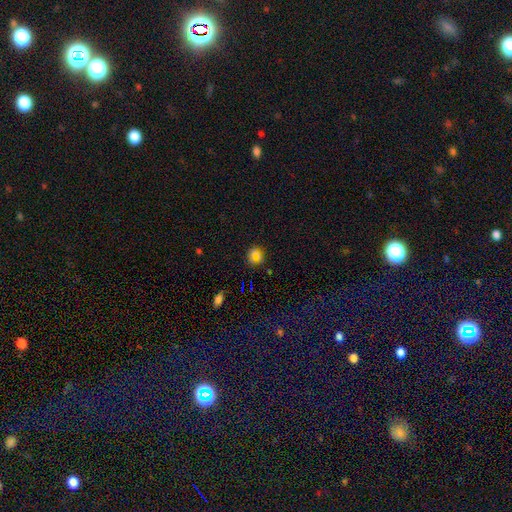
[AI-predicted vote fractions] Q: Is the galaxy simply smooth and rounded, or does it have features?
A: smooth — 51%.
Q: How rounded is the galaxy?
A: round — 77%.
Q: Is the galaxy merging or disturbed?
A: none — 73%.